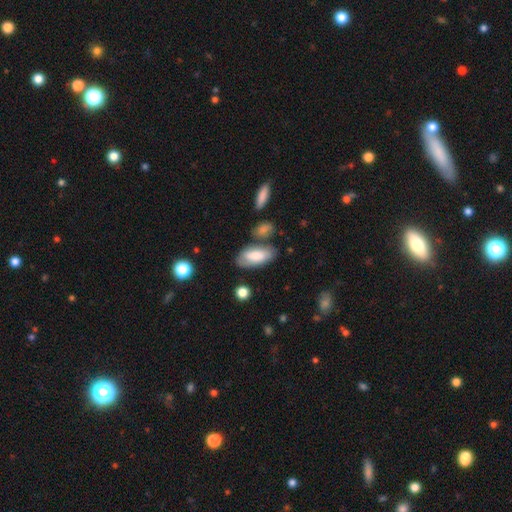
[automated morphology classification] A smooth galaxy with no disk features (67%) that is in between round and cigar-shaped (87%).

Vote fractions:
- Smooth or featured? smooth: 67% / featured or disk: 27% / star or artifact: 6%
- How rounded? in between: 87% / cigar-shaped: 11% / round: 2%
- Merging? none: 67% / minor disturbance: 18% / merger: 9% / major disturbance: 6%